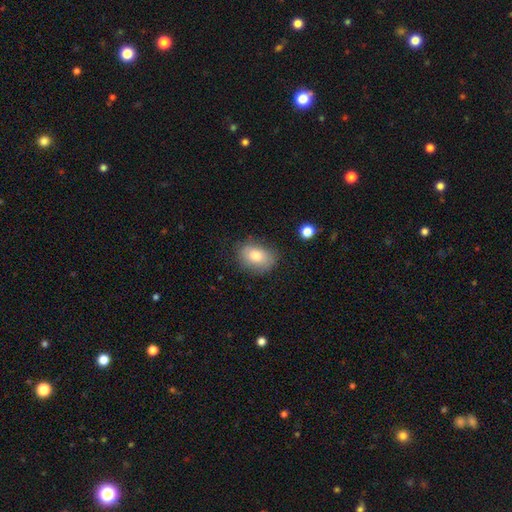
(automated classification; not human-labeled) The model was most divided on "how rounded": in between: 72%, round: 27%, cigar-shaped: 1%. More confident: smooth or featured — smooth (75%); merging — none (72%).